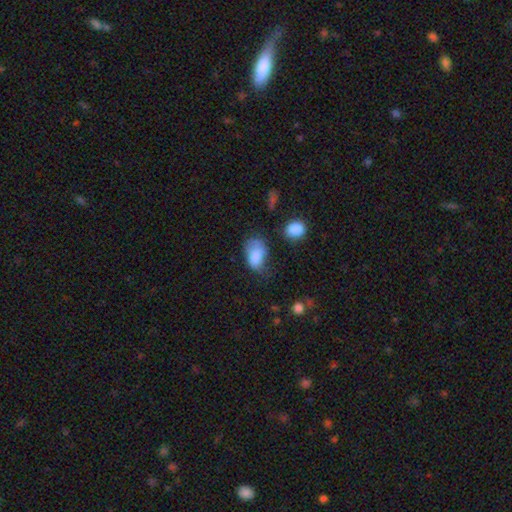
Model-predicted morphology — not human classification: A smooth galaxy with no disk features (78%) that is in between round and cigar-shaped (87%).

Vote fractions:
- Smooth or featured? smooth: 78% / featured or disk: 13% / star or artifact: 9%
- How rounded? in between: 87% / round: 12% / cigar-shaped: 1%
- Merging? minor disturbance: 37% / none: 33% / major disturbance: 24% / merger: 6%